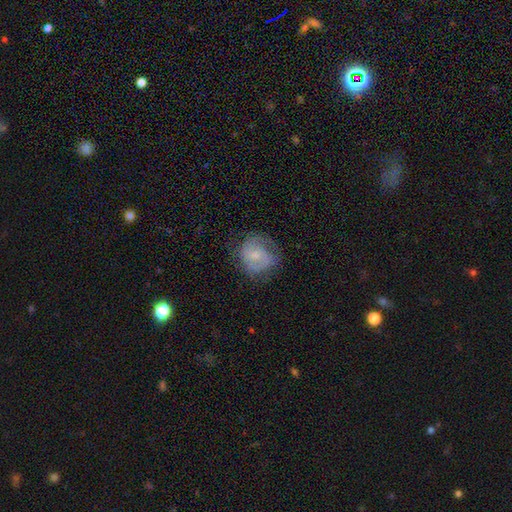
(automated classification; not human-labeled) Smooth or featured?
  - smooth: 48% *
  - featured or disk: 43%
  - star or artifact: 9%
Merging?
  - none: 57% *
  - minor disturbance: 25%
  - major disturbance: 17%
  - merger: 1%